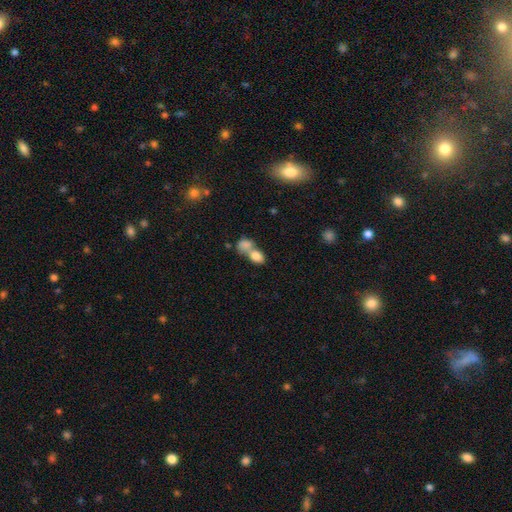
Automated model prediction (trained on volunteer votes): Overall: smooth (80%). How rounded: in between (70%). Merging: merger (69%).